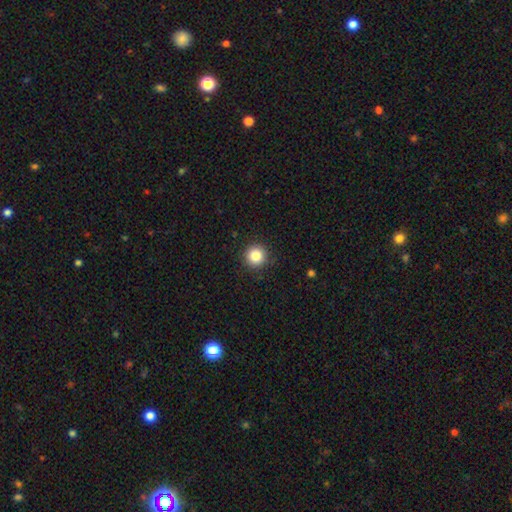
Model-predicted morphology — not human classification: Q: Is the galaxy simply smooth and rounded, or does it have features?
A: smooth — 84%.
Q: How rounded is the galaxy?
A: round — 95%.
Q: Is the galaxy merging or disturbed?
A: none — 91%.